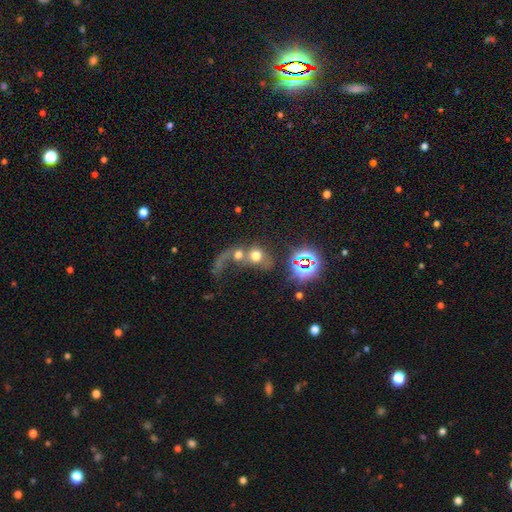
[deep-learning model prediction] Smooth or featured? Predicted: smooth (p=0.49). Merging? Predicted: merger (p=0.65).